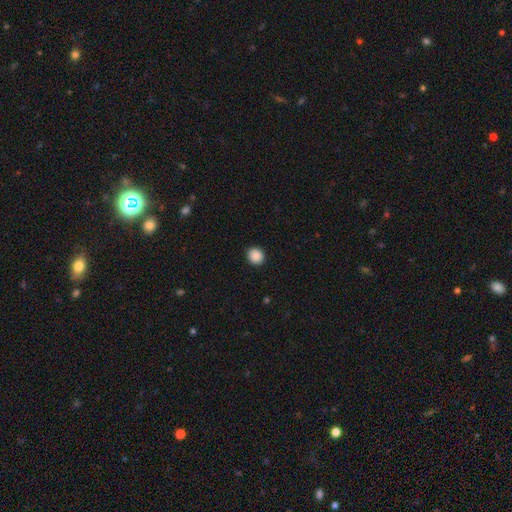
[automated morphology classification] A smooth galaxy with no disk features (89%) that is round (83%).

Vote fractions:
- Smooth or featured? smooth: 89% / star or artifact: 9% / featured or disk: 2%
- How rounded? round: 83% / in between: 17% / cigar-shaped: 1%
- Merging? none: 91% / minor disturbance: 6% / major disturbance: 2% / merger: 1%